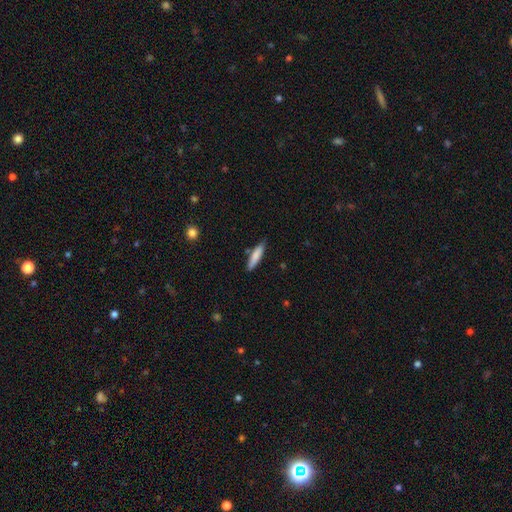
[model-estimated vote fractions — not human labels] smooth 81%, featured or disk 13%, star or artifact 6%. Down the decision tree: how rounded — cigar-shaped (81%); merging — none (81%).